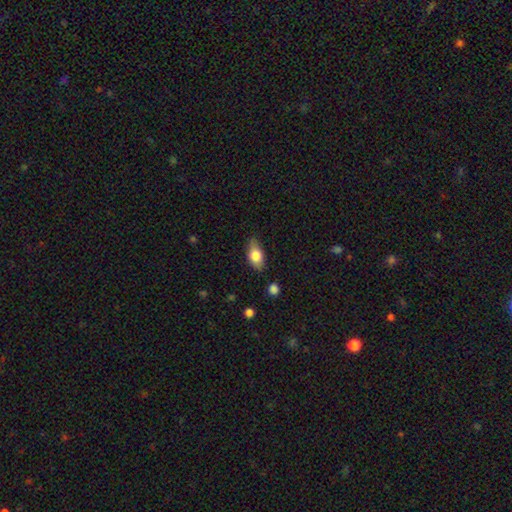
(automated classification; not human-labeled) smooth_or_featured: smooth (p=0.74) [alt: featured or disk p=0.19]
how_rounded: in between (p=0.87) [alt: cigar-shaped p=0.07]
merging: none (p=0.78) [alt: minor disturbance p=0.17]